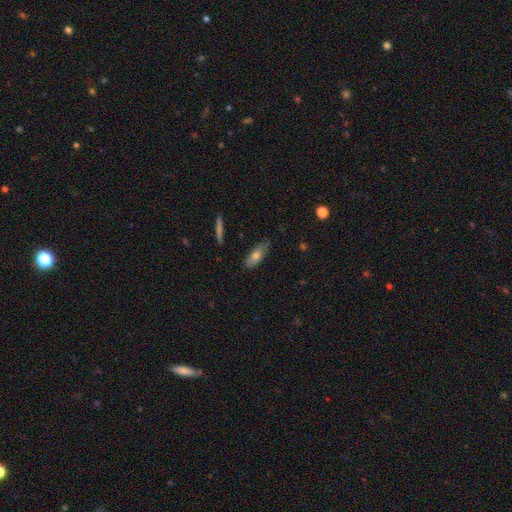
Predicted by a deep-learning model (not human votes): This is likely a smooth galaxy (69%). How rounded: likely in between (64%). Merging: likely none (78%).